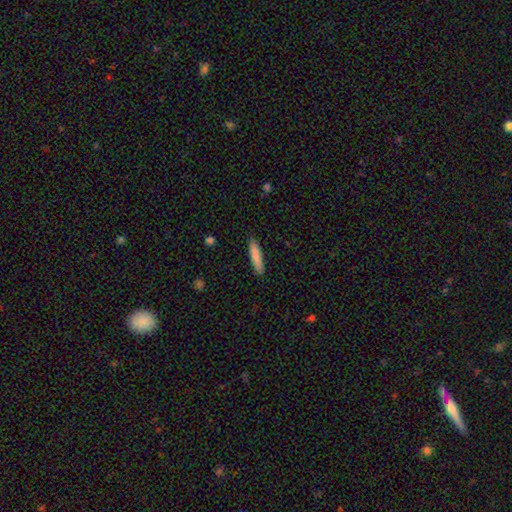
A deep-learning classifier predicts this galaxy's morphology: This appears to be a smooth galaxy with no disk features (84%) that is cigar-shaped (88%). Merging: none (90%).